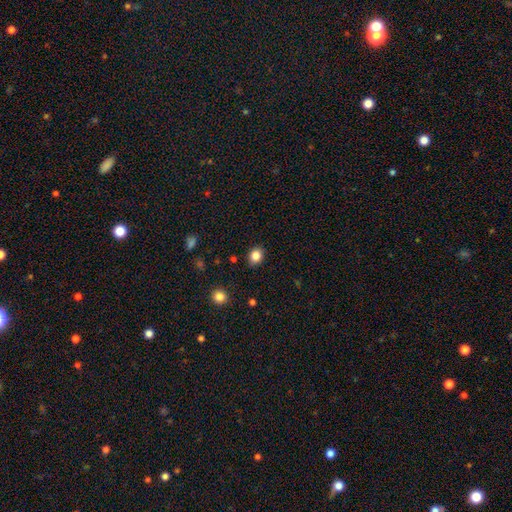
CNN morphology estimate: Smooth or featured? smooth (84%)
How rounded? round (56%)
Merging? none (87%)